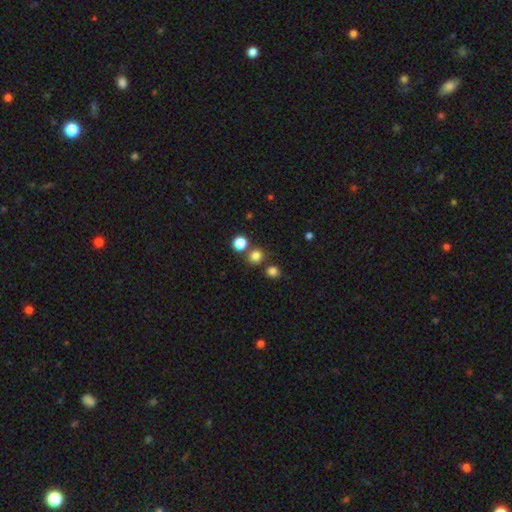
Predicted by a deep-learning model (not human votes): Smooth or featured? Predicted: smooth (p=0.79). How rounded? Predicted: round (p=0.88). Merging? Predicted: none (p=0.76).